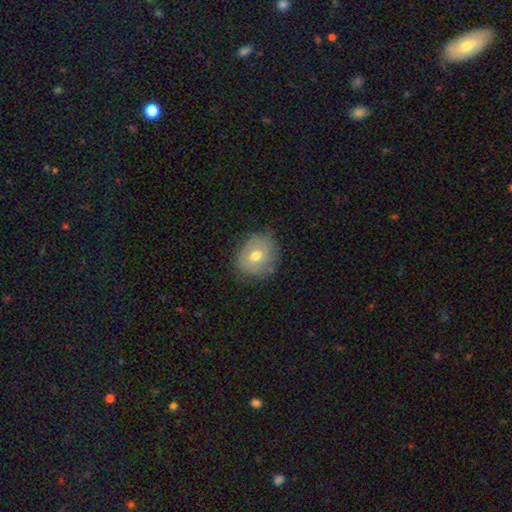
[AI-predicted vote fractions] A smooth galaxy with no disk features (62%) that is round (72%). Merging: none (73%).